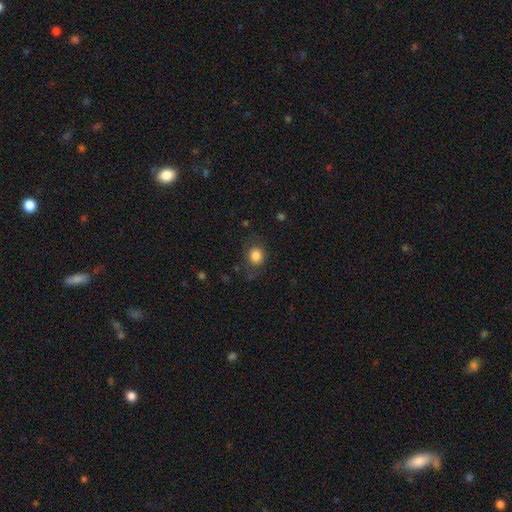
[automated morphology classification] Q: Smooth or featured?
A: smooth (83%); runner-up: star or artifact (10%)
Q: How rounded?
A: round (72%); runner-up: in between (27%)
Q: Merging?
A: none (73%); runner-up: minor disturbance (18%)